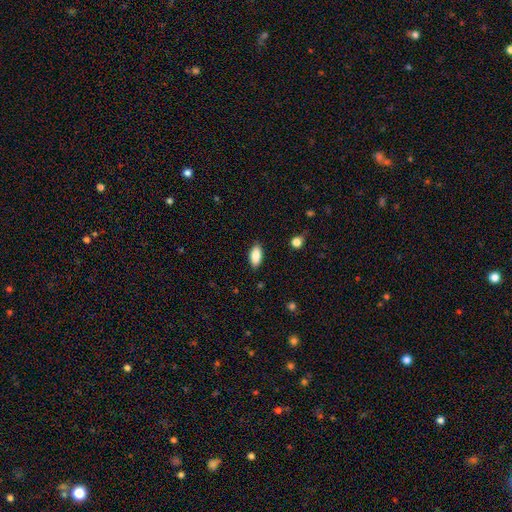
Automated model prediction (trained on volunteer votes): Morphology: type=smooth (88%); roundness=in between (88%); merging=none (87%).